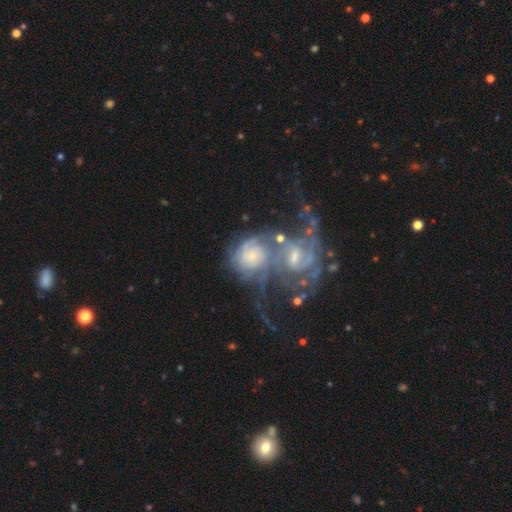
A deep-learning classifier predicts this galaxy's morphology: A featured or disk galaxy (59%) with no bar (64%), spiral arms (66%) and a small central bulge (37%).

Vote fractions:
- Smooth or featured? featured or disk: 59% / star or artifact: 21% / smooth: 20%
- Edge-on disk? no: 95% / yes: 5%
- Bar? no: 64% / weak: 25% / strong: 10%
- Spiral arms? yes: 66% / no: 34%
- Bulge size? small: 37% / moderate: 35% / none: 15% / large: 9% / dominant: 5%
- Merging? merger: 61% / none: 18% / major disturbance: 13% / minor disturbance: 9%